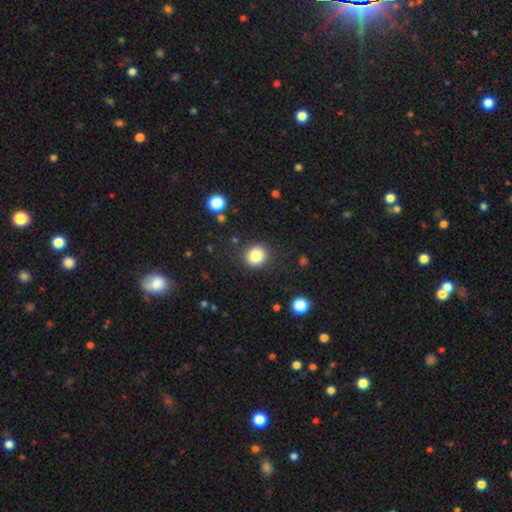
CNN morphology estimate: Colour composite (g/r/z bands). It shows a smooth galaxy with no disk features (84%) that is round (87%). Merging: none (89%).